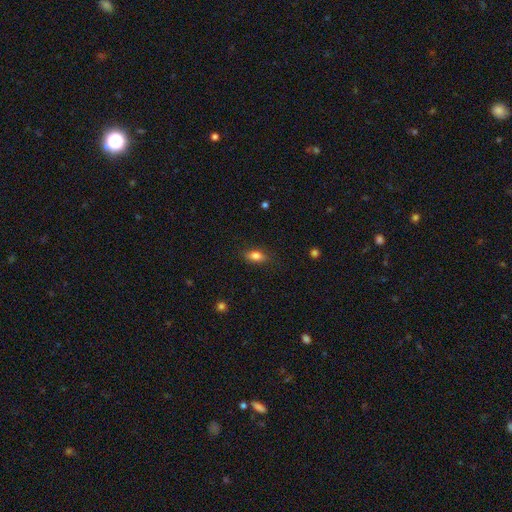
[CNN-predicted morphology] Smooth or featured? smooth (81%)
How rounded? in between (83%)
Merging? none (84%)